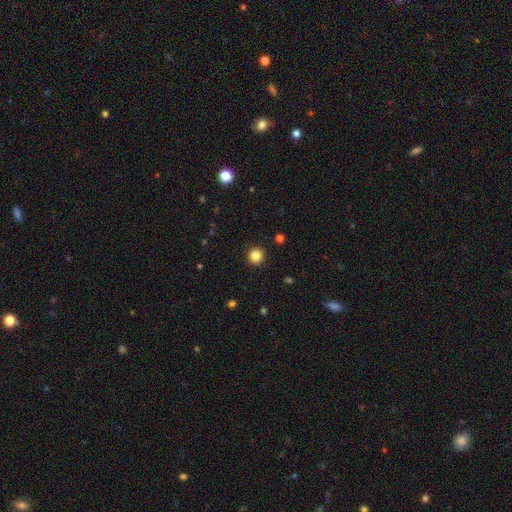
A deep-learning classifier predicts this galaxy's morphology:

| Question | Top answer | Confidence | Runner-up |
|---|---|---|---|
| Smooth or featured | smooth | 84% | star or artifact (12%) |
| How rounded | round | 95% | in between (4%) |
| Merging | none | 93% | minor disturbance (4%) |